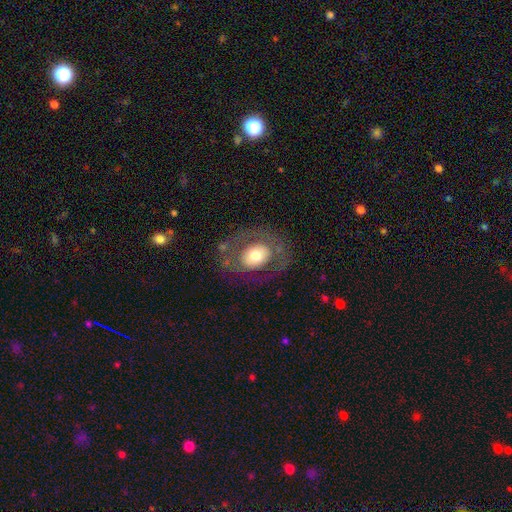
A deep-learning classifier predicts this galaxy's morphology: smooth-or-featured: smooth: 48% | featured or disk: 45% | star or artifact: 7%
  merging: none: 70% | minor disturbance: 15% | major disturbance: 14% | merger: 2%